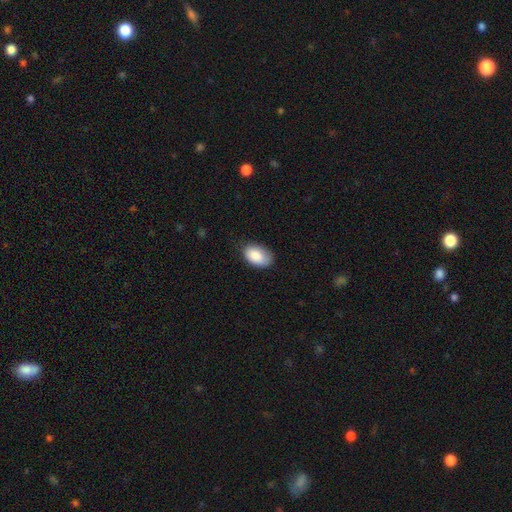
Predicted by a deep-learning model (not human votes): This is clearly a smooth galaxy (86%). How rounded: clearly in between (92%). Merging: likely none (69%).